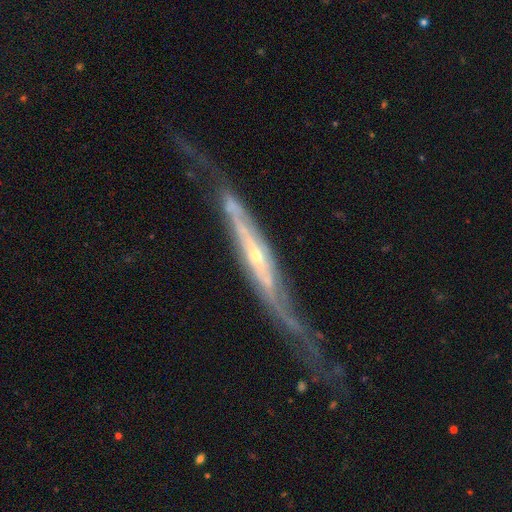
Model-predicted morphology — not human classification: This appears to be a featured or disk galaxy (83%) viewed edge-on (67%) with a rounded central bulge (63%). Merging: none (51%).